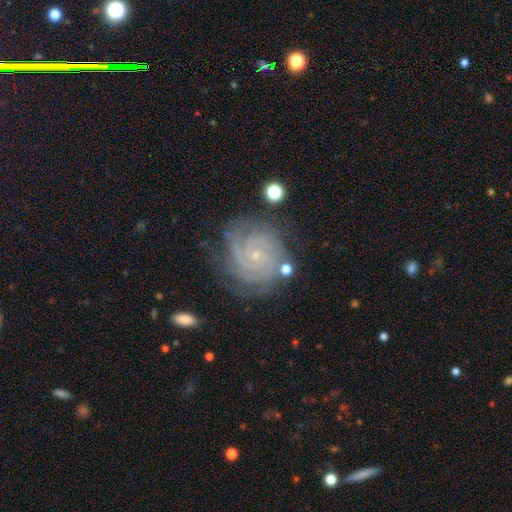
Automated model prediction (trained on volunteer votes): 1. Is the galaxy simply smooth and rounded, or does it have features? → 88% featured or disk, 6% star or artifact, 5% smooth.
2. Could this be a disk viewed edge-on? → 98% no, 2% yes.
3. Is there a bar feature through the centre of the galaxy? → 75% no, 20% weak, 5% strong.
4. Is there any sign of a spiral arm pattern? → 98% yes, 2% no.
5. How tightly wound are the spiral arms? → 78% tight, 19% medium, 3% loose.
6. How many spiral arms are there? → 27% 3, 21% 4, 20% 2, 18% can't tell, 8% more than 4, 6% 1.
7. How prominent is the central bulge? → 85% small, 10% moderate, 3% none, 1% large, 1% dominant.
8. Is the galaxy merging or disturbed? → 74% none, 17% minor disturbance, 6% major disturbance, 3% merger.